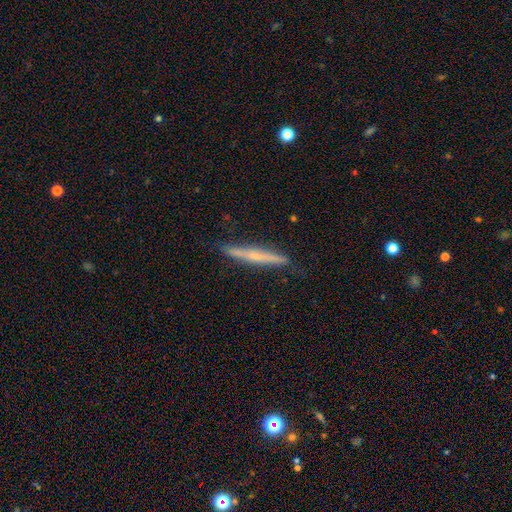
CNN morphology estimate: smooth-or-featured: featured or disk: 56% | smooth: 38% | star or artifact: 6%
  disk-edge-on: yes: 96% | no: 4%
    edge-on-bulge: rounded: 51% | none: 43% | boxy: 6%
  merging: none: 86% | minor disturbance: 11% | major disturbance: 2% | merger: 1%